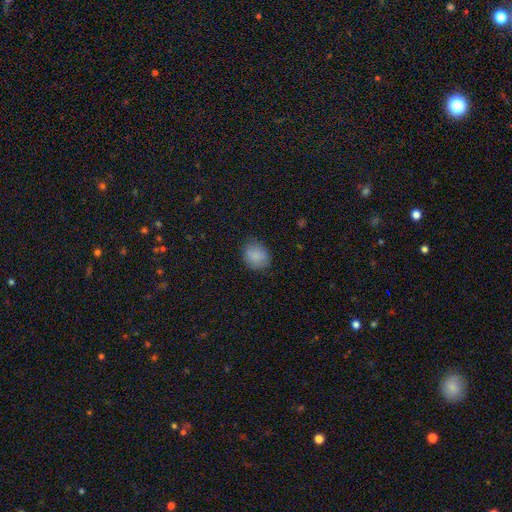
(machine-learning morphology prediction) The model was most divided on "how rounded": round: 62%, in between: 37%, cigar-shaped: 1%. More confident: smooth or featured — smooth (86%); merging — none (78%).